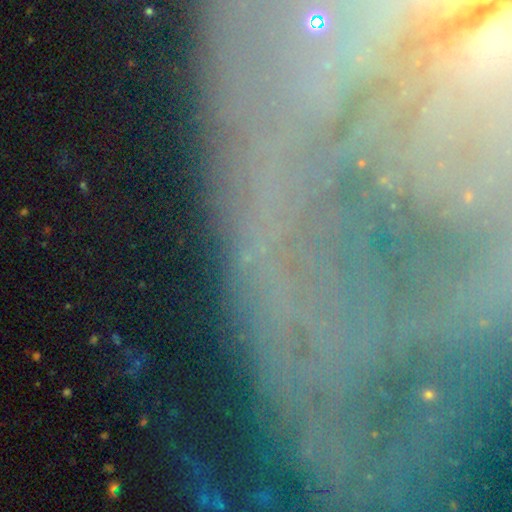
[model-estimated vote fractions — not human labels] A star or artifact, not a galaxy (57%).

Vote fractions:
- Smooth or featured? star or artifact: 57% / featured or disk: 28% / smooth: 15%